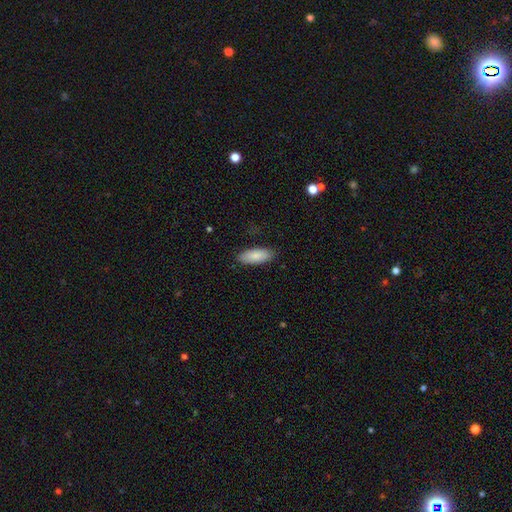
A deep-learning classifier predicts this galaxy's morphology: Smooth or featured? smooth (85%)
How rounded? in between (78%)
Merging? none (86%)